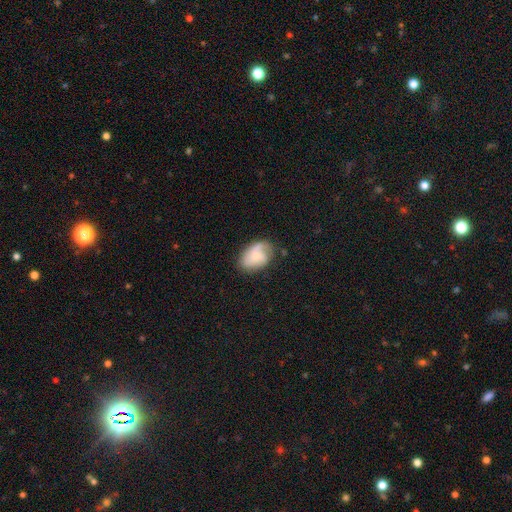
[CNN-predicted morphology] smooth_or_featured: featured or disk (p=0.50) [alt: smooth p=0.42]
disk_edge_on: no (p=0.97) [alt: yes p=0.03]
merging: none (p=0.56) [alt: minor disturbance p=0.27]